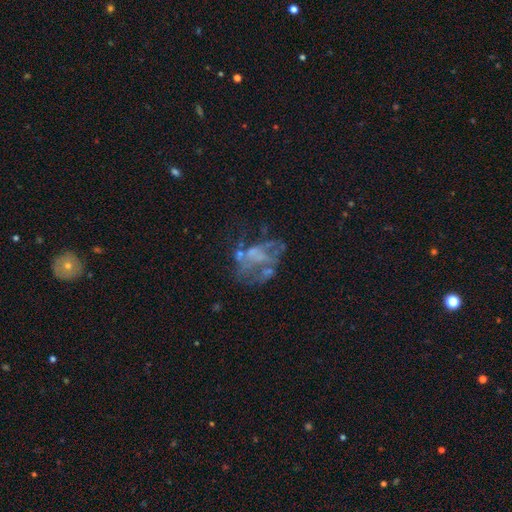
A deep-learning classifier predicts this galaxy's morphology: Smooth or featured? featured or disk (66%)
Edge-on disk? no (98%)
Bar? no (85%)
Spiral arms? no (82%)
Bulge size? none (69%)
Merging? none (37%)